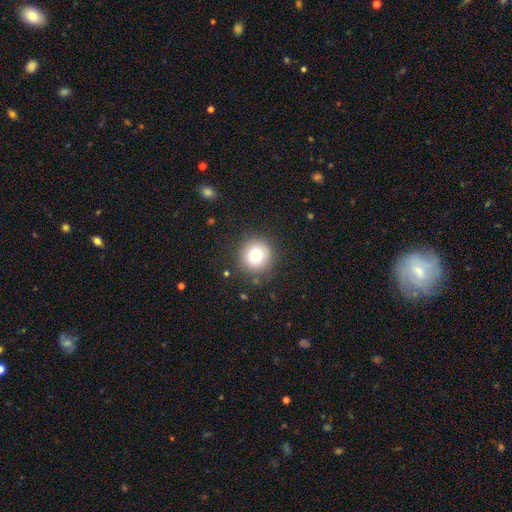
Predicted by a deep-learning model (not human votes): A smooth galaxy with no disk features (77%) that is round (94%). Merging: none (87%).